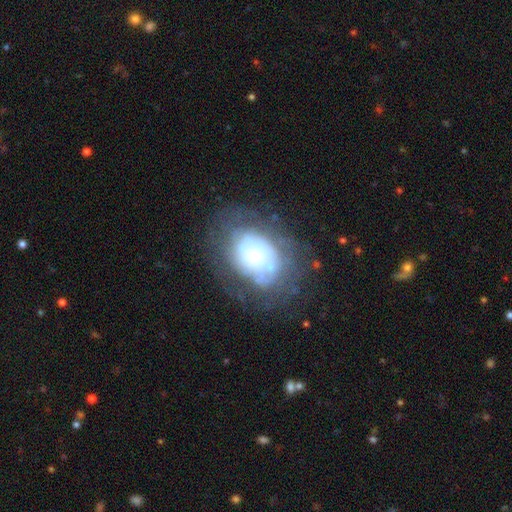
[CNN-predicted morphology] Smooth or featured?
  - featured or disk: 66% *
  - smooth: 25%
  - star or artifact: 9%
Edge-on disk?
  - no: 97% *
  - yes: 3%
Bar?
  - no: 83% *
  - weak: 14%
  - strong: 3%
Spiral arms?
  - yes: 55% *
  - no: 45%
Bulge size?
  - small: 53% *
  - moderate: 29%
  - large: 9%
  - none: 6%
  - dominant: 3%
Merging?
  - none: 57% *
  - minor disturbance: 22%
  - major disturbance: 17%
  - merger: 4%